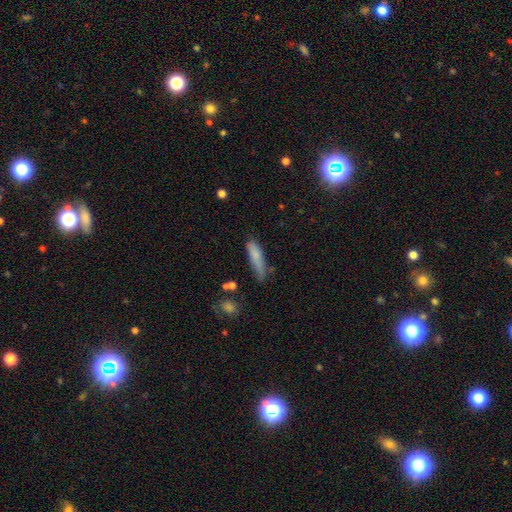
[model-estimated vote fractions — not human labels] Morphology: type=smooth (78%); roundness=cigar-shaped (75%); merging=none (57%).